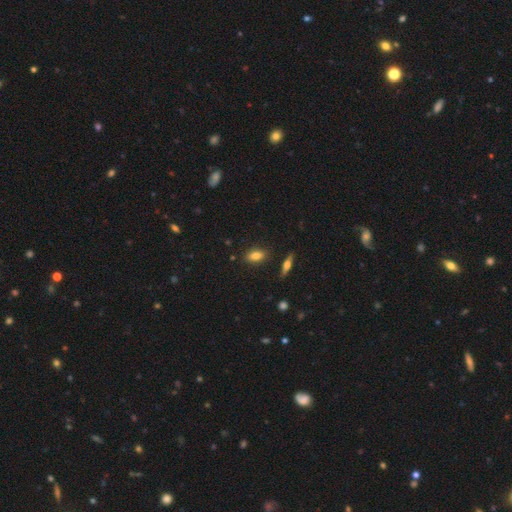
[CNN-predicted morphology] Smooth or featured? Predicted: smooth (p=0.76). How rounded? Predicted: in between (p=0.82). Merging? Predicted: none (p=0.84).